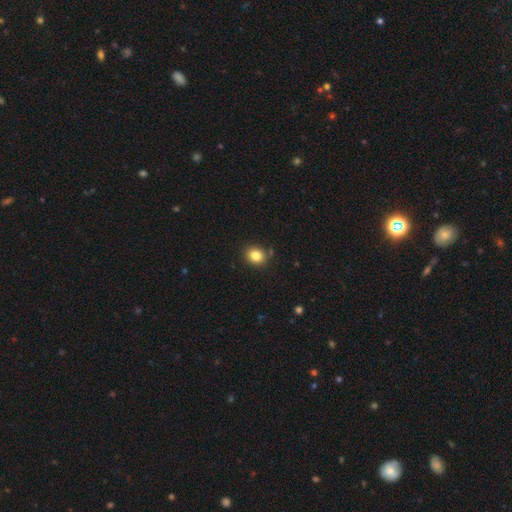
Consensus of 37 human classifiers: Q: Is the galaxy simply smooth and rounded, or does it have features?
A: smooth — 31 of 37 (84%).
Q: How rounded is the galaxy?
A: round — 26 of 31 (84%).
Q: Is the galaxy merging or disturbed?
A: none — 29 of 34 (85%).